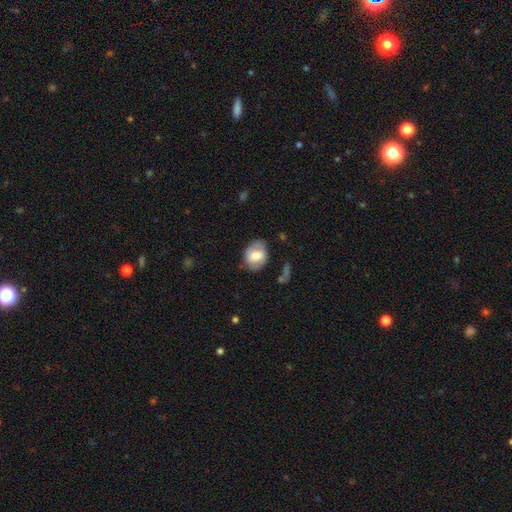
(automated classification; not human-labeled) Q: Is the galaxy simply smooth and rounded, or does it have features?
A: smooth — 63%.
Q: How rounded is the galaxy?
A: in between — 60%.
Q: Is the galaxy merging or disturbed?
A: none — 67%.